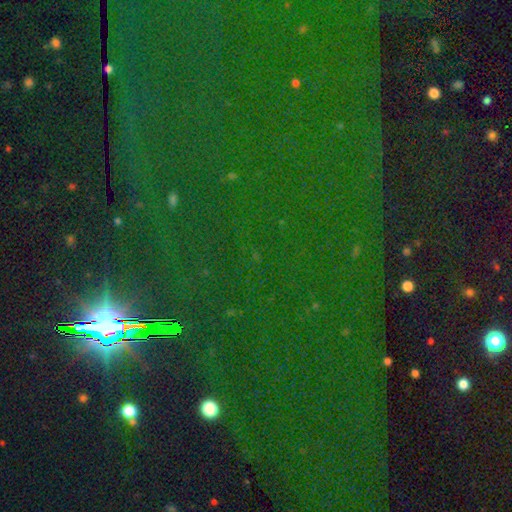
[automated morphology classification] Overall: star or artifact (84%).